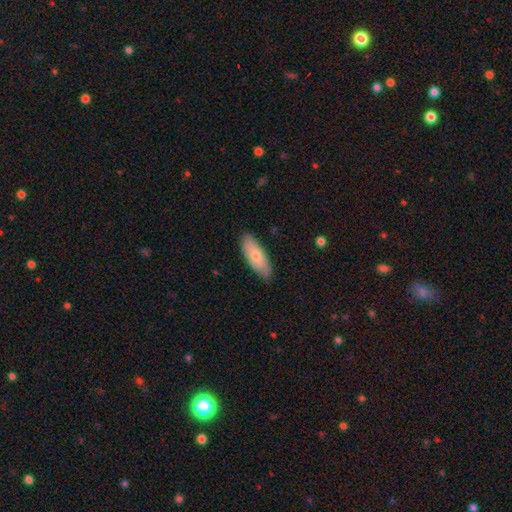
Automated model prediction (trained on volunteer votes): The model was most divided on "smooth or featured": smooth: 67%, featured or disk: 27%, star or artifact: 6%. More confident: merging — none (83%); how rounded — in between (71%).